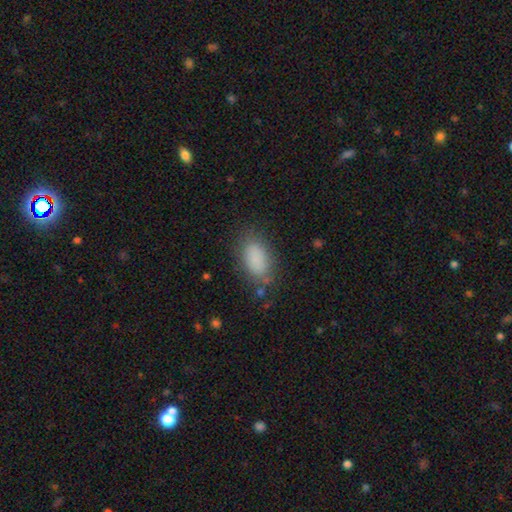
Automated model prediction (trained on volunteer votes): Smooth or featured: smooth — 86% (star or artifact — 8%)
How rounded: in between — 91% (round — 5%)
Merging: none — 78% (minor disturbance — 15%)